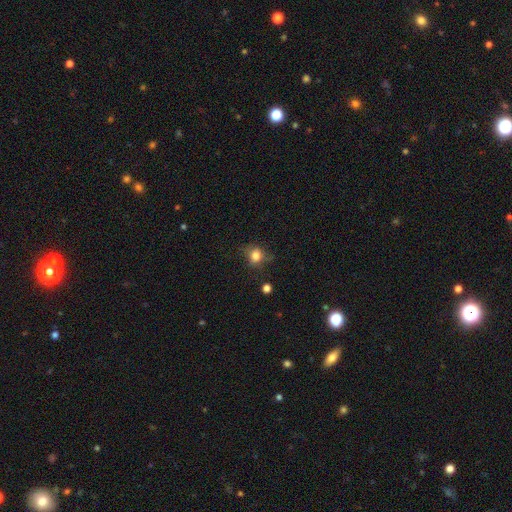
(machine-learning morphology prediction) Q: Smooth or featured?
A: smooth (78%); runner-up: star or artifact (12%)
Q: How rounded?
A: round (68%); runner-up: in between (30%)
Q: Merging?
A: none (67%); runner-up: minor disturbance (23%)